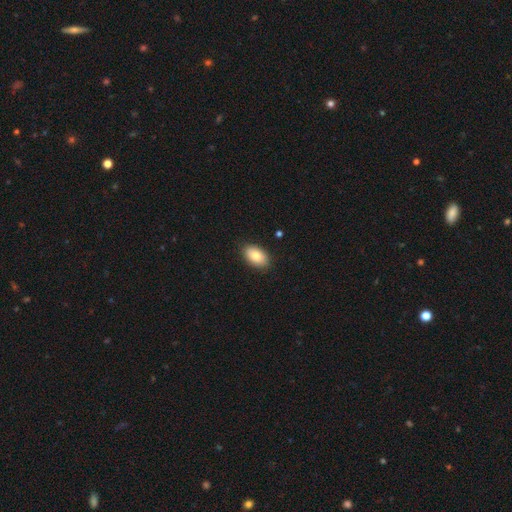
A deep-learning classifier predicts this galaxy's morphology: smooth_or_featured: smooth (p=0.84) [alt: featured or disk p=0.09]
how_rounded: in between (p=0.92) [alt: round p=0.06]
merging: none (p=0.88) [alt: minor disturbance p=0.09]